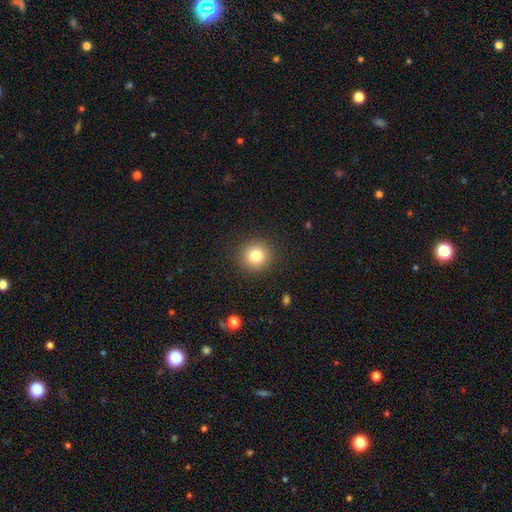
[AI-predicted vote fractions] The model was most divided on "smooth or featured": smooth: 82%, star or artifact: 11%, featured or disk: 7%. More confident: how rounded — round (92%); merging — none (91%).